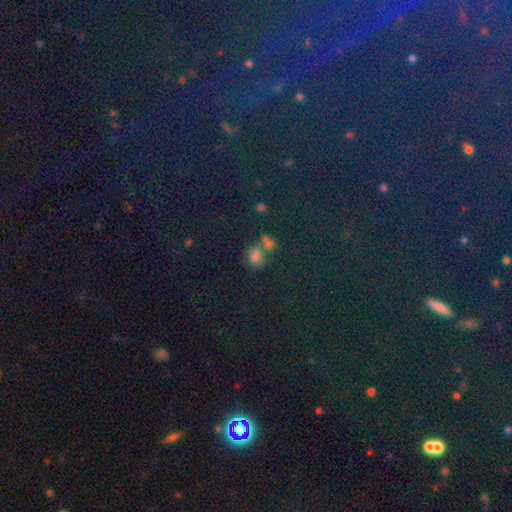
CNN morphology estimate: Overall: smooth (63%; star or artifact 25%). How rounded: round (67%; in between 32%). Merging: none (45%; merger 36%).